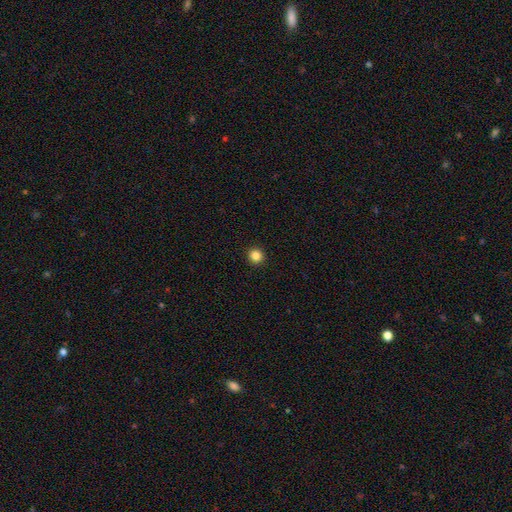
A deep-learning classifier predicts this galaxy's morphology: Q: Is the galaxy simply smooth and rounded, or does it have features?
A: smooth — 85%.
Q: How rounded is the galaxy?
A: round — 94%.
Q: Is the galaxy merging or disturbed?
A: none — 94%.